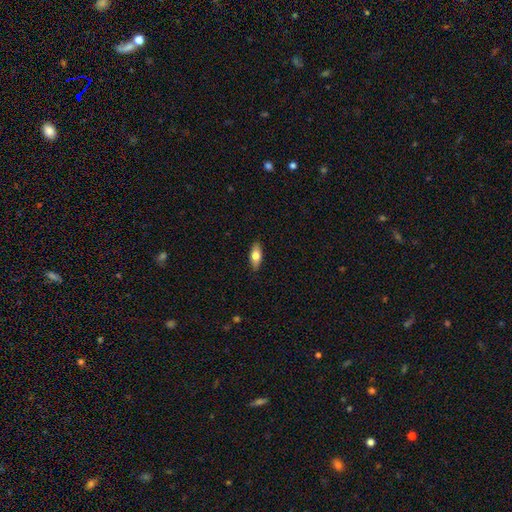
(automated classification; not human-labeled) A smooth galaxy with no disk features (71%) that is in between round and cigar-shaped (79%).

Vote fractions:
- Smooth or featured? smooth: 71% / featured or disk: 23% / star or artifact: 6%
- How rounded? in between: 79% / cigar-shaped: 18% / round: 3%
- Merging? none: 88% / minor disturbance: 9% / major disturbance: 2% / merger: 1%